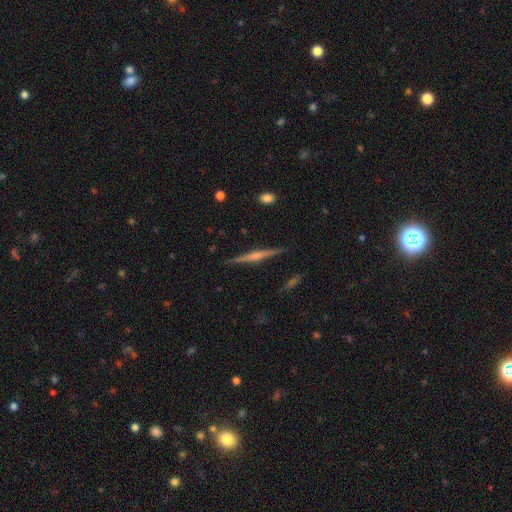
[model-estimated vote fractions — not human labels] This is likely a featured or disk galaxy (77%). It is clearly viewed edge-on (98%). Edge-on bulge: likely rounded (74%). Merging: clearly none (90%).